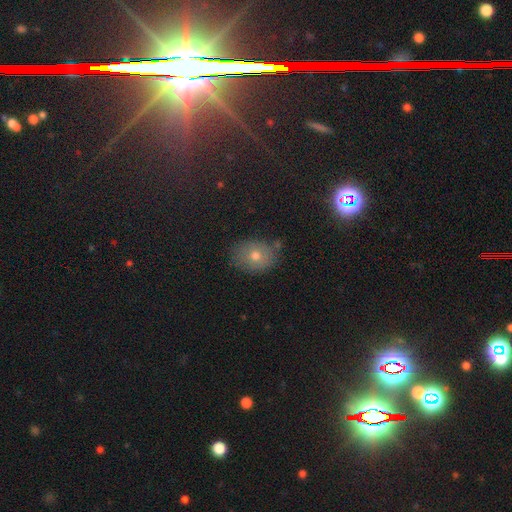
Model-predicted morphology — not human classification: This is possibly a smooth galaxy (59%). How rounded: possibly round (50%). Merging: likely none (78%).